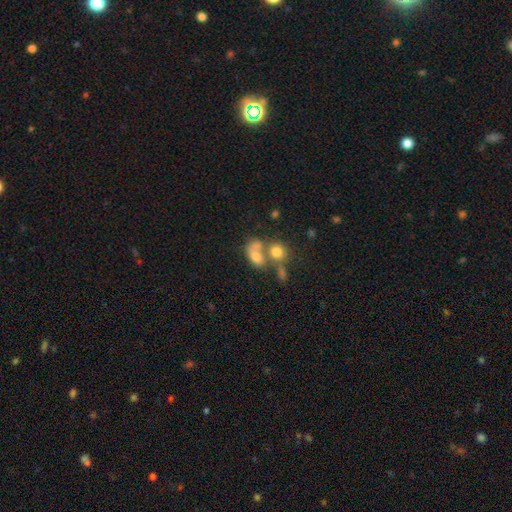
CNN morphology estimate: type=smooth (67%); roundness=in between (68%); merging=merger (55%).